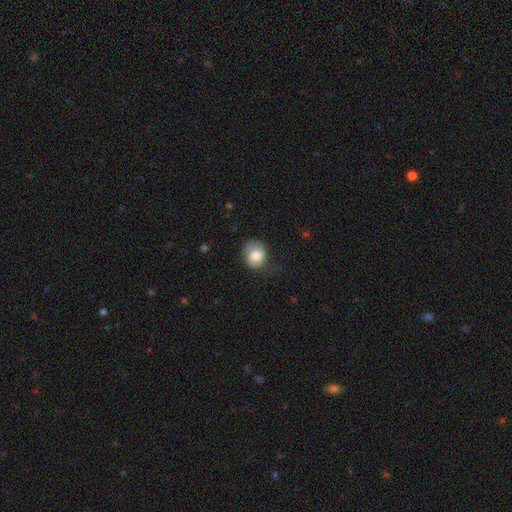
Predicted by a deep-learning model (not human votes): This appears to be a smooth galaxy with no disk features (74%) that is round (68%). Merging: none (54%).